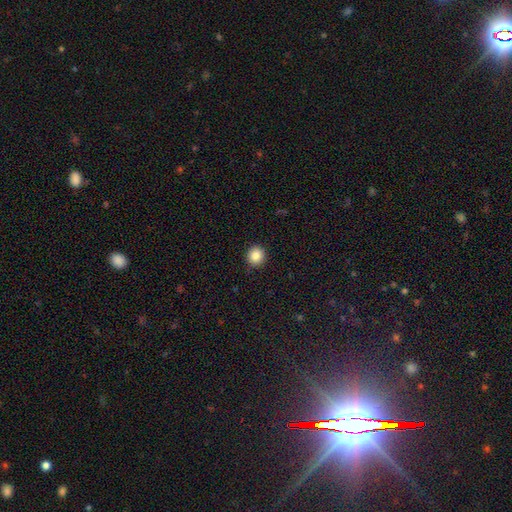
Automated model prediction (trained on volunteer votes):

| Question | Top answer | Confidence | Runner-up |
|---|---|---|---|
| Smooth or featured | smooth | 85% | star or artifact (10%) |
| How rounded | round | 89% | in between (10%) |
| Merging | none | 91% | minor disturbance (6%) |